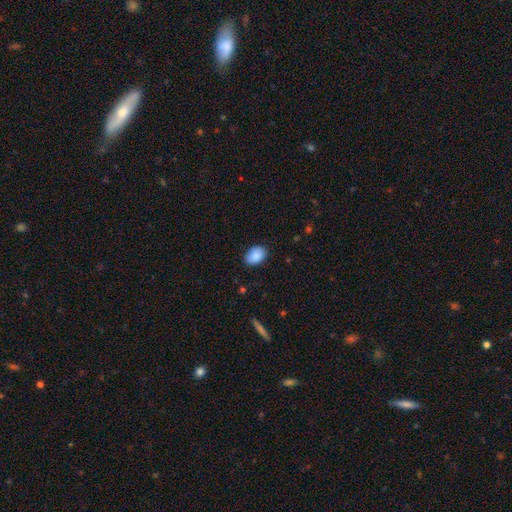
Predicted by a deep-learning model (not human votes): Morphology: type=smooth (89%); roundness=in between (87%); merging=none (85%).